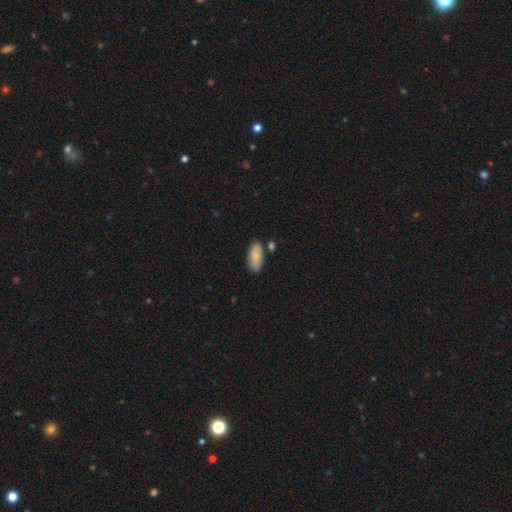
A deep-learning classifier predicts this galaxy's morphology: A smooth galaxy with no disk features (84%) that is in between round and cigar-shaped (87%).

Vote fractions:
- Smooth or featured? smooth: 84% / featured or disk: 9% / star or artifact: 6%
- How rounded? in between: 87% / cigar-shaped: 11% / round: 2%
- Merging? none: 78% / minor disturbance: 14% / merger: 6% / major disturbance: 3%